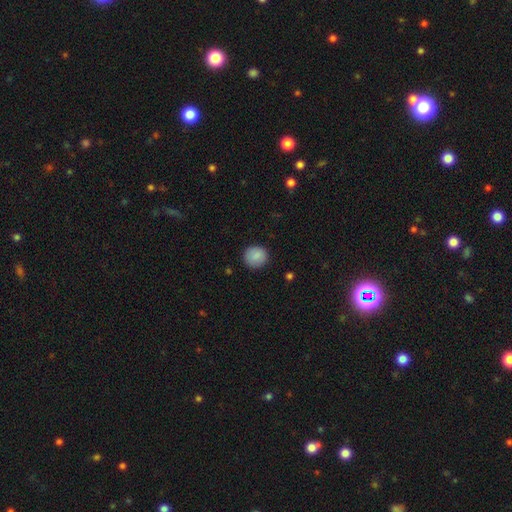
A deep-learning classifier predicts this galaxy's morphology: smooth-or-featured: smooth: 88% | star or artifact: 8% | featured or disk: 4%
  how-rounded: round: 91% | in between: 8% | cigar-shaped: 1%
  merging: none: 88% | minor disturbance: 9% | major disturbance: 2% | merger: 1%